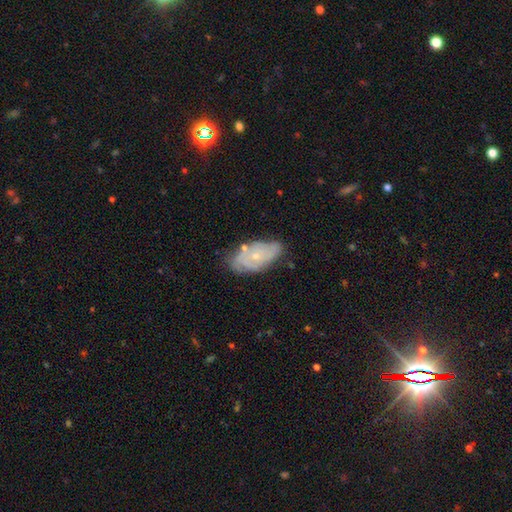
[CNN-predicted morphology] Smooth or featured: featured or disk — 60% (smooth — 33%)
Edge-on disk: no — 93% (yes — 7%)
Bar: no — 83% (weak — 15%)
Spiral arms: yes — 71% (no — 29%)
Bulge size: small — 73% (moderate — 23%)
Merging: none — 64% (minor disturbance — 25%)